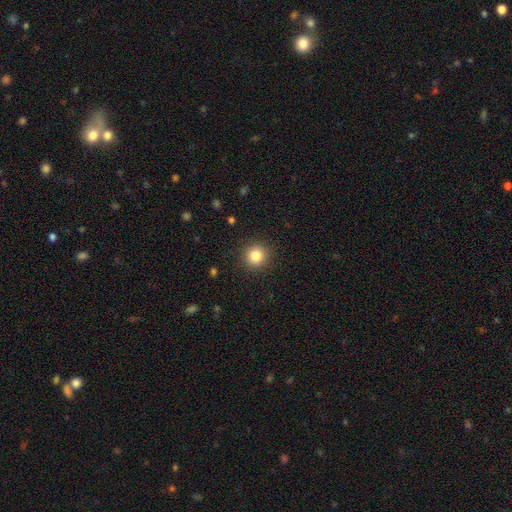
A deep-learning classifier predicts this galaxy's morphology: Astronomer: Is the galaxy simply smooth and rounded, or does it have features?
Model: smooth — 84%.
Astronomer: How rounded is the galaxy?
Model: round — 93%.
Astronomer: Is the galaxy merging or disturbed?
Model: none — 91%.